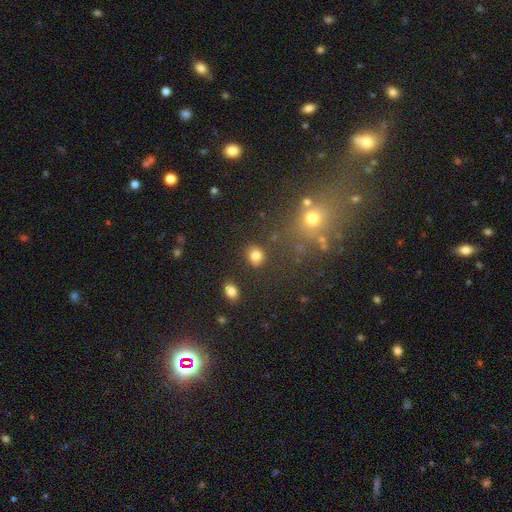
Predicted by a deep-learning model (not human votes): smooth 81%, star or artifact 13%, featured or disk 7%. Down the decision tree: how rounded — round (66%); merging — none (78%).